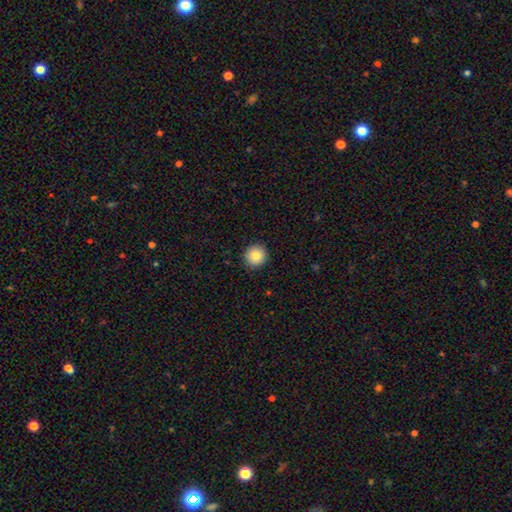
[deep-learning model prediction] Q: Smooth or featured?
A: smooth (84%); runner-up: star or artifact (9%)
Q: How rounded?
A: round (94%); runner-up: in between (5%)
Q: Merging?
A: none (91%); runner-up: minor disturbance (6%)